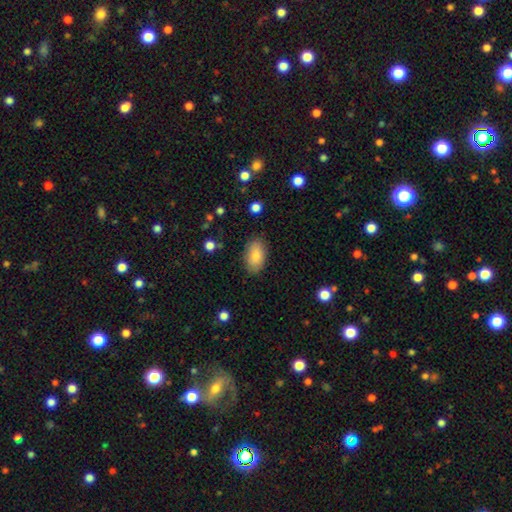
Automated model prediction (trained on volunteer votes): A smooth galaxy with no disk features (83%) that is in between round and cigar-shaped (93%). Merging: none (84%).